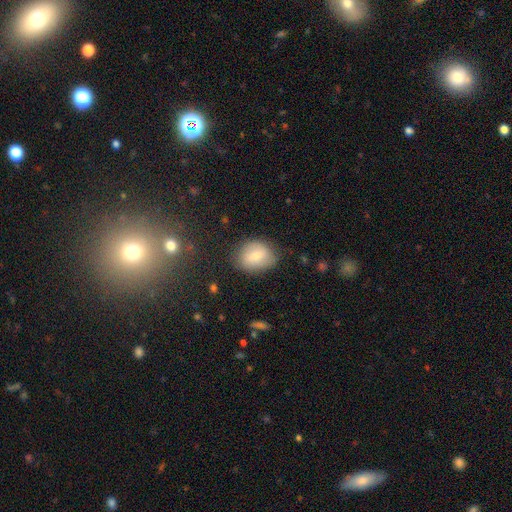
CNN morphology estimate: smooth-or-featured: smooth: 75% | featured or disk: 17% | star or artifact: 8%
  how-rounded: in between: 60% | round: 39% | cigar-shaped: 1%
  merging: none: 75% | minor disturbance: 18% | major disturbance: 5% | merger: 2%